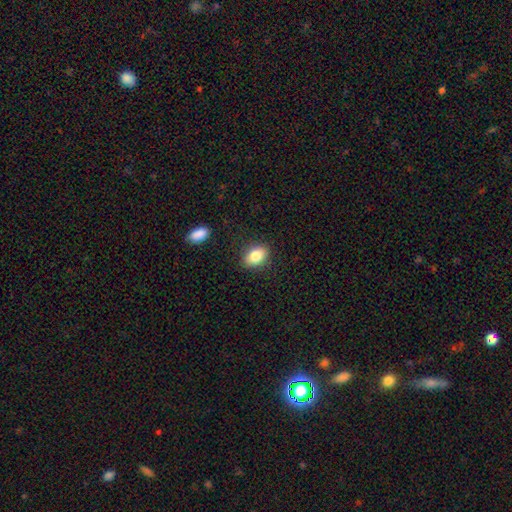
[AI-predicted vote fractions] Q: Smooth or featured?
A: smooth (83%); runner-up: star or artifact (8%)
Q: How rounded?
A: in between (79%); runner-up: round (19%)
Q: Merging?
A: none (85%); runner-up: minor disturbance (10%)